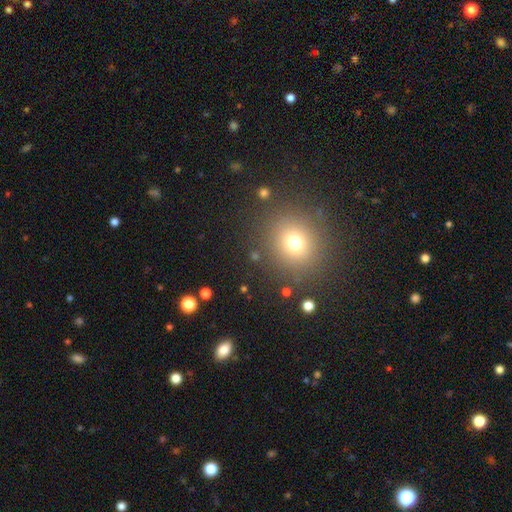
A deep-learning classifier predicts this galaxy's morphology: The model was most divided on "smooth or featured": smooth: 65%, star or artifact: 26%, featured or disk: 9%. More confident: merging — none (87%); how rounded — round (83%).